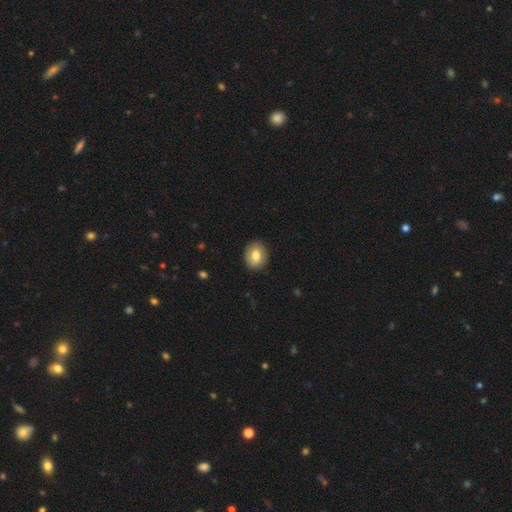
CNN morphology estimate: Overall: smooth (77%). How rounded: round (53%; in between 46%). Merging: none (87%).